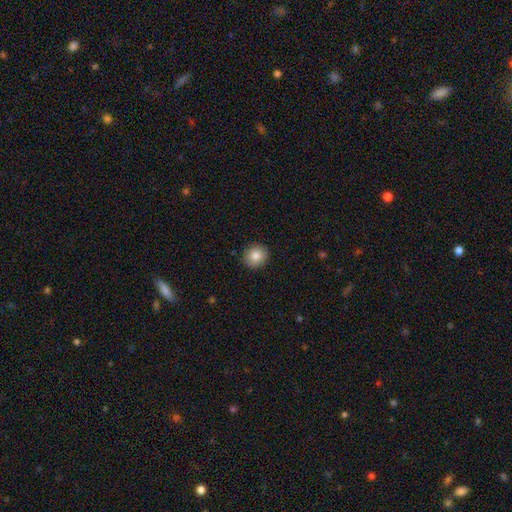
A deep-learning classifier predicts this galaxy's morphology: Smooth or featured?
  - smooth: 84% *
  - star or artifact: 9%
  - featured or disk: 7%
How rounded?
  - round: 85% *
  - in between: 14%
  - cigar-shaped: 1%
Merging?
  - none: 91% *
  - minor disturbance: 7%
  - major disturbance: 2%
  - merger: 1%